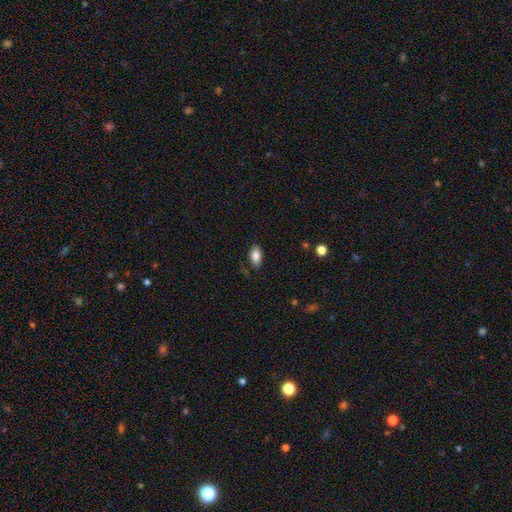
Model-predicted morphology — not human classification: The model was most divided on "merging": none: 82%, minor disturbance: 14%, major disturbance: 3%, merger: 1%. More confident: how rounded — in between (91%); smooth or featured — smooth (83%).